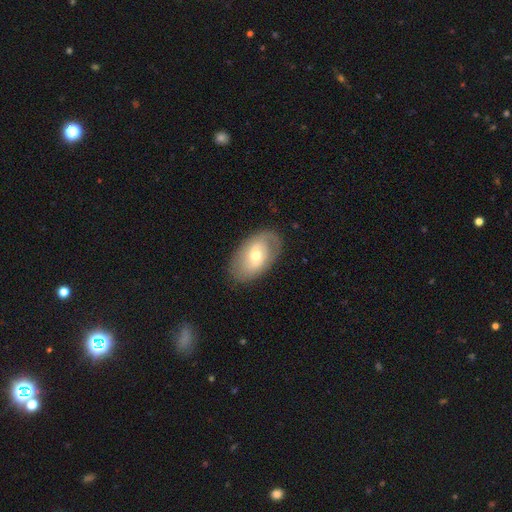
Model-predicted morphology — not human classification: Smooth or featured: featured or disk — 51% (smooth — 42%)
Edge-on disk: no — 91% (yes — 9%)
Merging: none — 79% (minor disturbance — 14%)